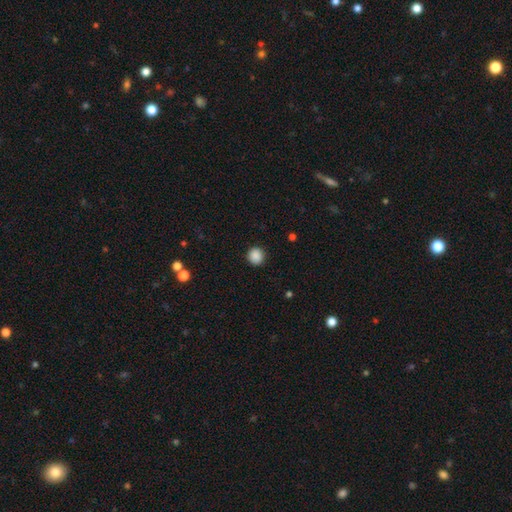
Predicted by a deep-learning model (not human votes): A smooth galaxy with no disk features (88%) that is round (92%).

Vote fractions:
- Smooth or featured? smooth: 88% / star or artifact: 9% / featured or disk: 3%
- How rounded? round: 92% / in between: 7% / cigar-shaped: 1%
- Merging? none: 91% / minor disturbance: 6% / major disturbance: 2% / merger: 1%